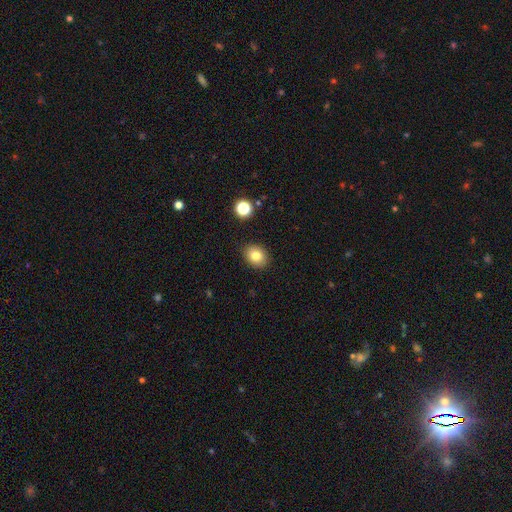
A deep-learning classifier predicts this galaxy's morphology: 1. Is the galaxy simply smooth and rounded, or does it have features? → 81% smooth, 11% star or artifact, 8% featured or disk.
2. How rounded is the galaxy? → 50% round, 49% in between, 1% cigar-shaped.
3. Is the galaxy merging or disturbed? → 88% none, 8% minor disturbance, 2% major disturbance, 2% merger.